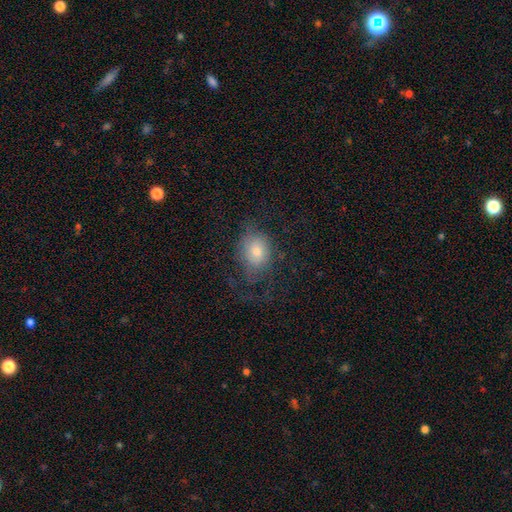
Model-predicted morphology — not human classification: smooth-or-featured: smooth: 51% | featured or disk: 34% | star or artifact: 14%
  how-rounded: round: 53% | in between: 46% | cigar-shaped: 1%
  merging: none: 51% | major disturbance: 28% | minor disturbance: 20% | merger: 1%